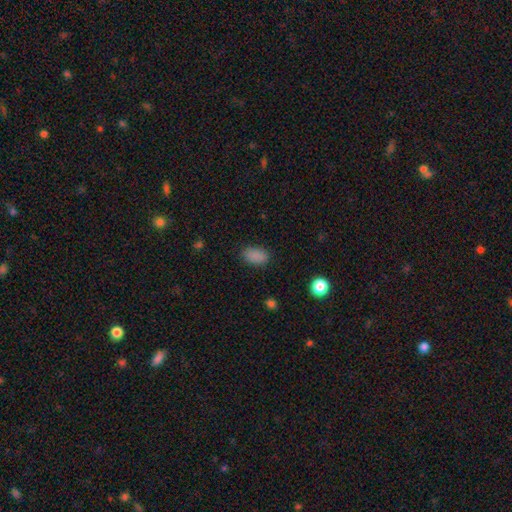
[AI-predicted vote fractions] A smooth galaxy with no disk features (86%) that is in between round and cigar-shaped (90%).

Vote fractions:
- Smooth or featured? smooth: 86% / star or artifact: 11% / featured or disk: 4%
- How rounded? in between: 90% / round: 9% / cigar-shaped: 2%
- Merging? none: 83% / minor disturbance: 13% / major disturbance: 3% / merger: 1%